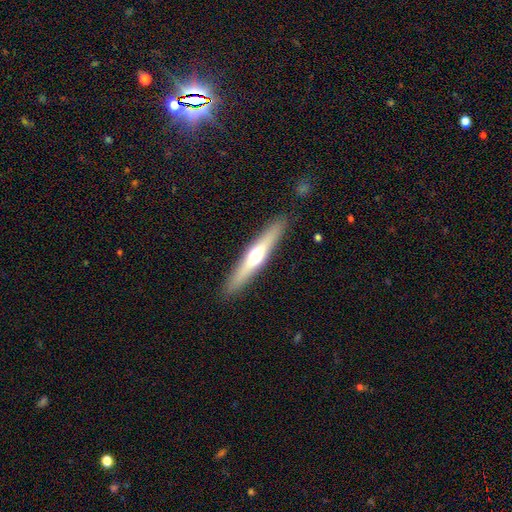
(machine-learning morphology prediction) This is possibly a featured or disk galaxy (55%). It is clearly viewed edge-on (93%). Edge-on bulge: clearly rounded (89%). Merging: clearly none (90%).